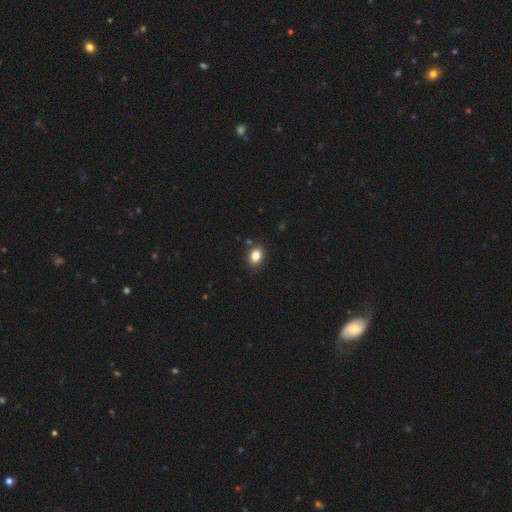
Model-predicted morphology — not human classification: Q: Smooth or featured?
A: smooth (83%); runner-up: star or artifact (11%)
Q: How rounded?
A: in between (50%); runner-up: round (49%)
Q: Merging?
A: none (86%); runner-up: minor disturbance (9%)